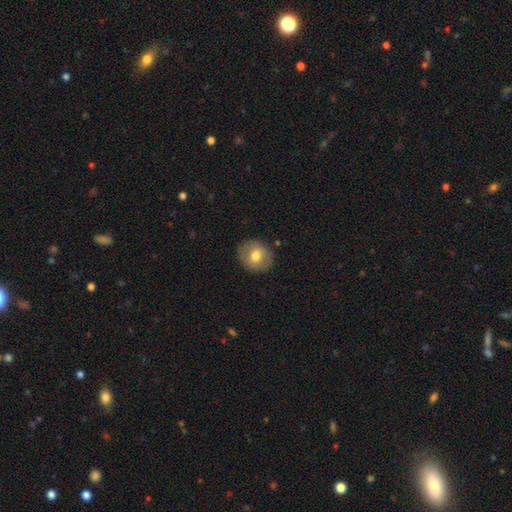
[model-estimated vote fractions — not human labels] Smooth or featured?
  - smooth: 68% *
  - featured or disk: 25%
  - star or artifact: 7%
How rounded?
  - round: 71% *
  - in between: 28%
  - cigar-shaped: 1%
Merging?
  - none: 85% *
  - minor disturbance: 11%
  - major disturbance: 3%
  - merger: 1%